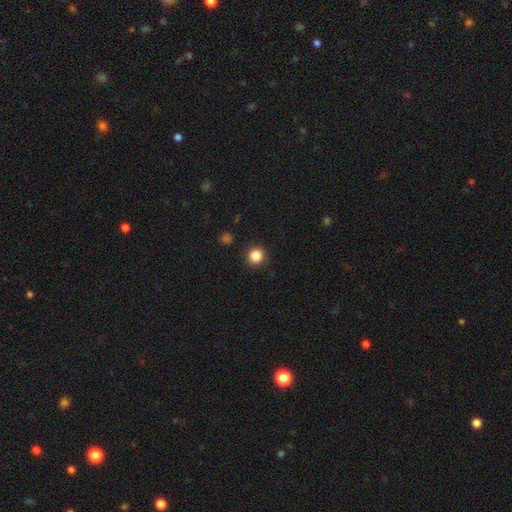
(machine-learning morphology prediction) Smooth or featured?
  - smooth: 86% *
  - star or artifact: 11%
  - featured or disk: 4%
How rounded?
  - round: 92% *
  - in between: 7%
  - cigar-shaped: 1%
Merging?
  - none: 91% *
  - minor disturbance: 6%
  - major disturbance: 2%
  - merger: 1%